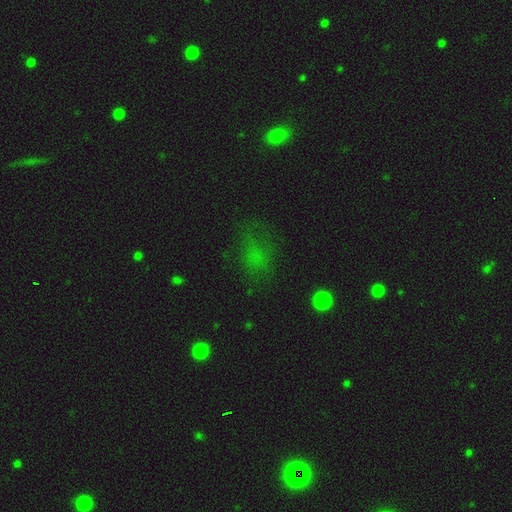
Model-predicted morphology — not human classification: Overall: smooth (51%; star or artifact 34%). How rounded: in between (59%; round 37%). Merging: none (60%).